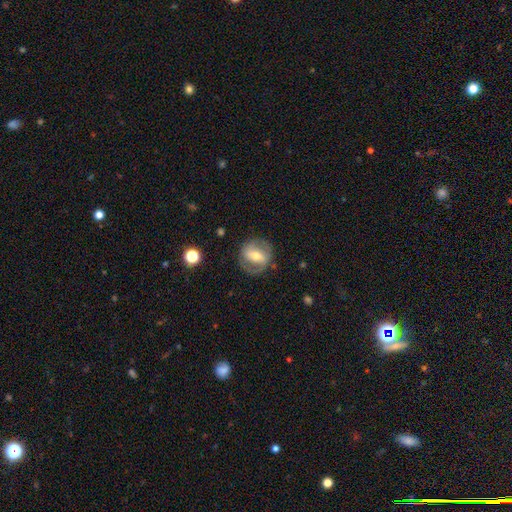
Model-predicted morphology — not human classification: featured or disk 65%, smooth 28%, star or artifact 6%. Down the decision tree: edge-on disk — no (94%); bar — strong (50%); spiral arms — yes (63%); bulge size — moderate (64%); merging — none (78%).